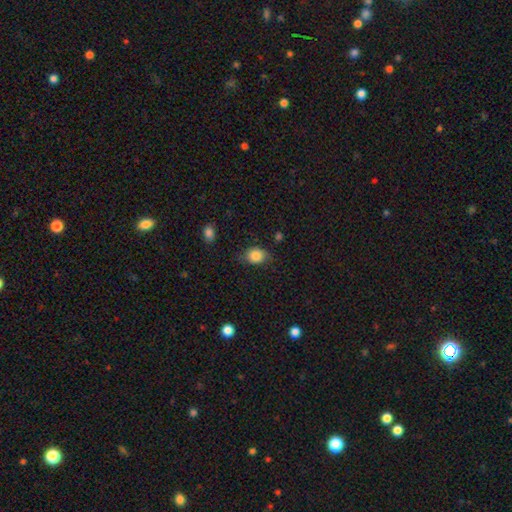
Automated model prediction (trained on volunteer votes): This appears to be a smooth galaxy with no disk features (84%) that is in between round and cigar-shaped (56%). Merging: none (72%).